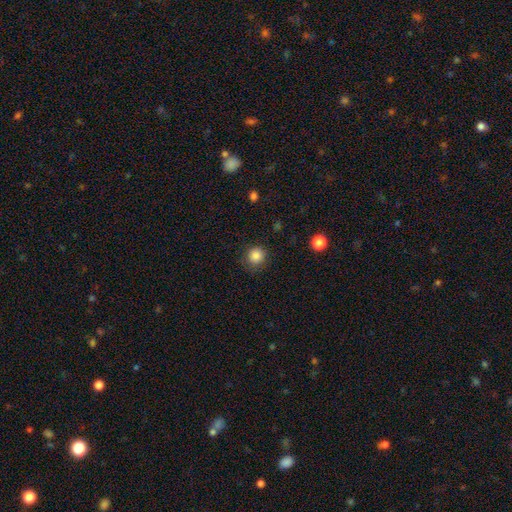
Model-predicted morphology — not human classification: This is clearly a smooth galaxy (85%). How rounded: clearly round (93%). Merging: clearly none (85%).